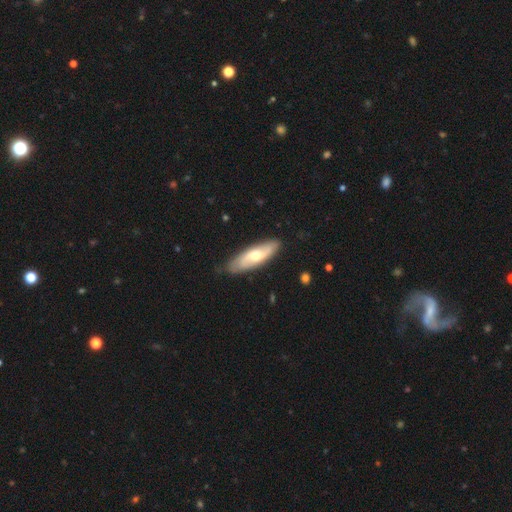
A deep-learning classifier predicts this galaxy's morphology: Overall: featured or disk (57%; smooth 38%). Edge-on disk: no (76%). Merging: none (83%).